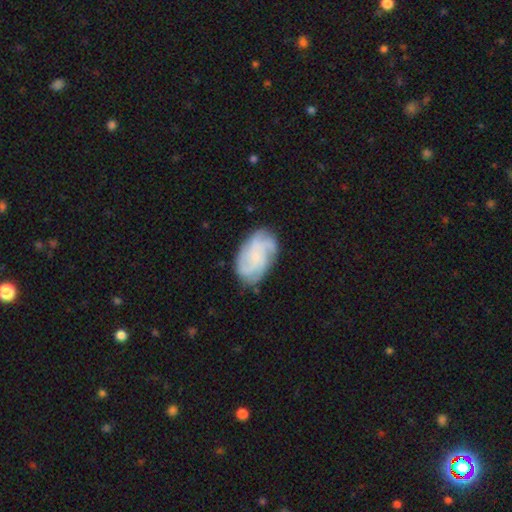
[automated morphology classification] A featured or disk galaxy (67%) with no bar (74%), 4 (31%) tight (42%) spiral arms (92%) and a small central bulge (60%).

Vote fractions:
- Smooth or featured? featured or disk: 67% / smooth: 26% / star or artifact: 8%
- Edge-on disk? no: 97% / yes: 3%
- Bar? no: 74% / weak: 23% / strong: 3%
- Spiral arms? yes: 92% / no: 8%
- Spiral winding? tight: 42% / medium: 40% / loose: 18%
- Spiral arm count? 4: 31% / can't tell: 25% / 3: 23% / 2: 9% / more than 4: 7% / 1: 6%
- Bulge size? small: 60% / none: 21% / moderate: 15% / large: 2% / dominant: 1%
- Merging? none: 72% / minor disturbance: 20% / major disturbance: 7% / merger: 2%